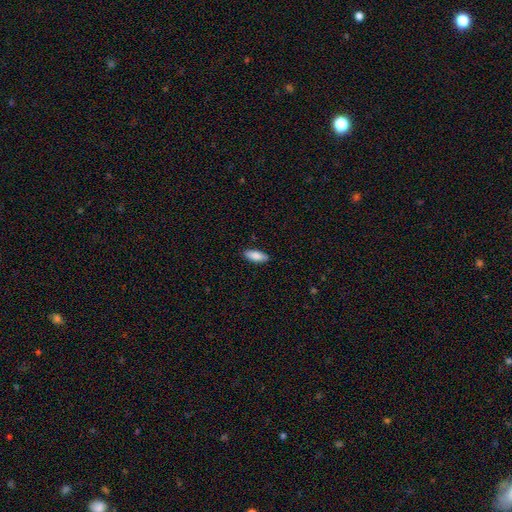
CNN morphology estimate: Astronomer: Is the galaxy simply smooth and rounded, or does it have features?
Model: smooth — 86%.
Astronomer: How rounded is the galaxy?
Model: in between — 78%.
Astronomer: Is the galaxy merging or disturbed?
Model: none — 88%.